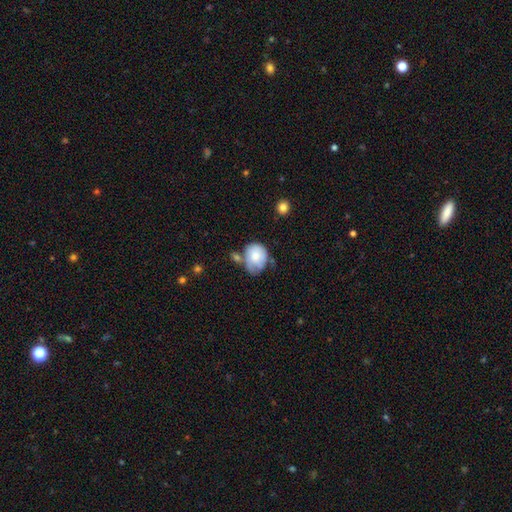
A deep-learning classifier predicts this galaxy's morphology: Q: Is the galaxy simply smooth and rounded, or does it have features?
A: smooth — 68%.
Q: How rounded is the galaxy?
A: round — 54%.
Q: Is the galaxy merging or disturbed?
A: none — 37%.